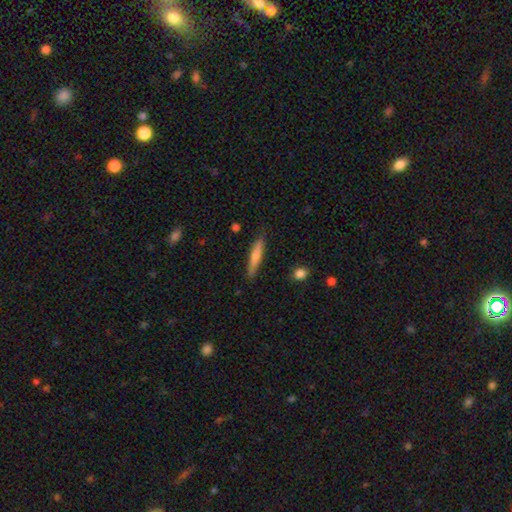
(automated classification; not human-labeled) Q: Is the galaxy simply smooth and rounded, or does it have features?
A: smooth — 71%.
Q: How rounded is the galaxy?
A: cigar-shaped — 90%.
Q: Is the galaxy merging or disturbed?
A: none — 85%.